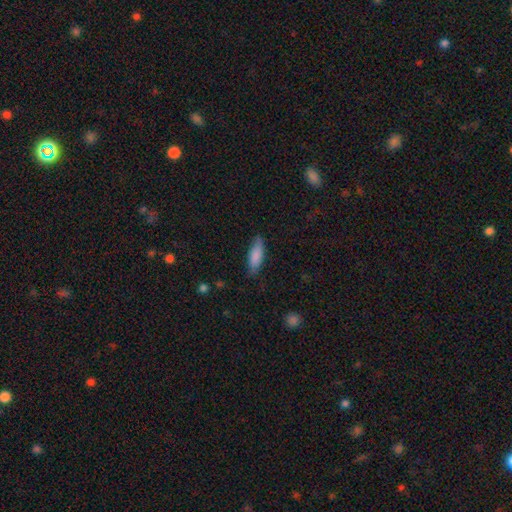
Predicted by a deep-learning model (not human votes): Overall: smooth (84%). How rounded: in between (56%; cigar-shaped 43%). Merging: none (78%).